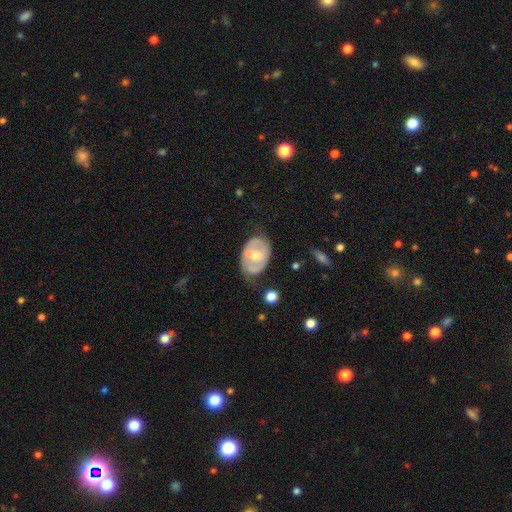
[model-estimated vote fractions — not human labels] smooth-or-featured: featured or disk: 64% | smooth: 30% | star or artifact: 6%
  disk-edge-on: no: 95% | yes: 5%
    bar: no: 44% | weak: 37% | strong: 19%
    has-spiral-arms: no: 56% | yes: 44%
    bulge-size: moderate: 58% | small: 38% | large: 2% | none: 2% | dominant: 1%
  merging: none: 55% | minor disturbance: 25% | merger: 10% | major disturbance: 9%